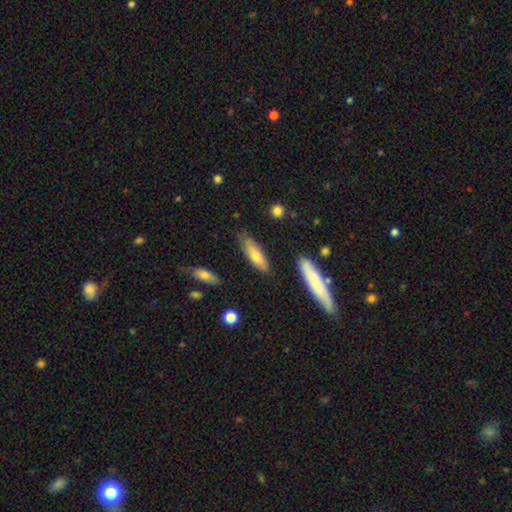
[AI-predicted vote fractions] Smooth or featured: smooth — 68% (featured or disk — 26%)
How rounded: cigar-shaped — 54% (in between — 44%)
Merging: none — 75% (minor disturbance — 18%)